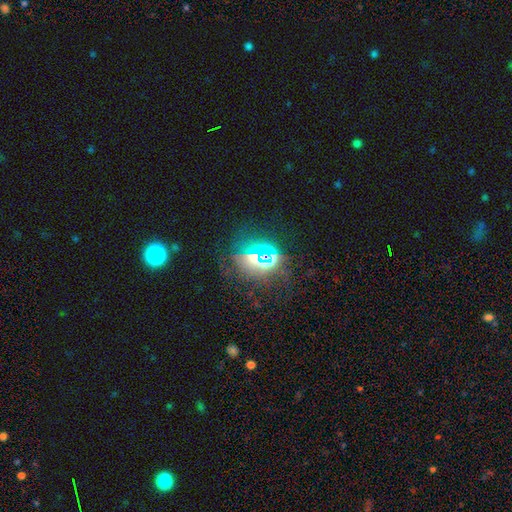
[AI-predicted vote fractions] smooth-or-featured: star or artifact: 69% | smooth: 19% | featured or disk: 13%